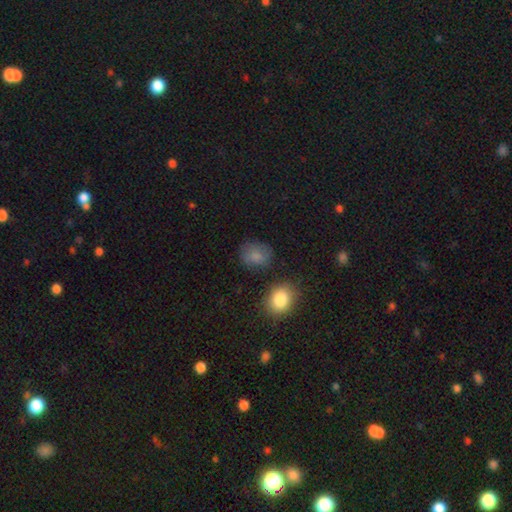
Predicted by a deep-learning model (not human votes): Overall: smooth (79%). How rounded: round (50%; in between 48%). Merging: none (65%).